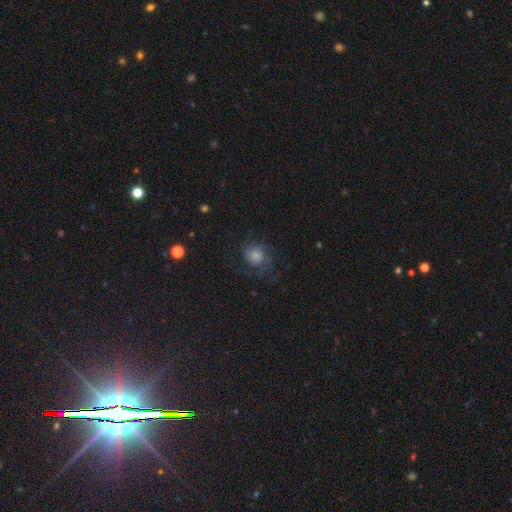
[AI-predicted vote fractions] smooth_or_featured: smooth (p=0.47) [alt: featured or disk p=0.42]
merging: none (p=0.56) [alt: major disturbance p=0.24]